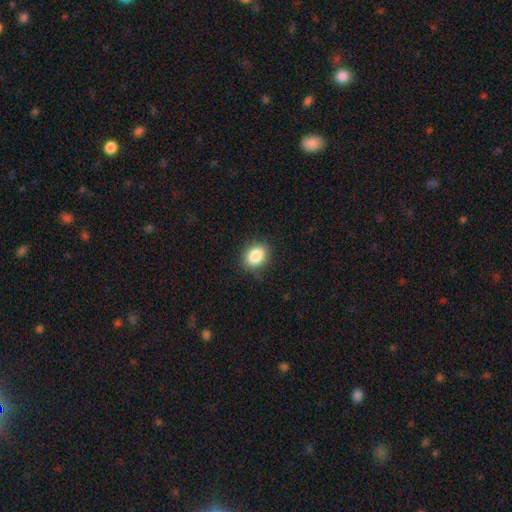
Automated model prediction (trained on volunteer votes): Overall: smooth (87%). How rounded: in between (69%; round 30%). Merging: none (86%).